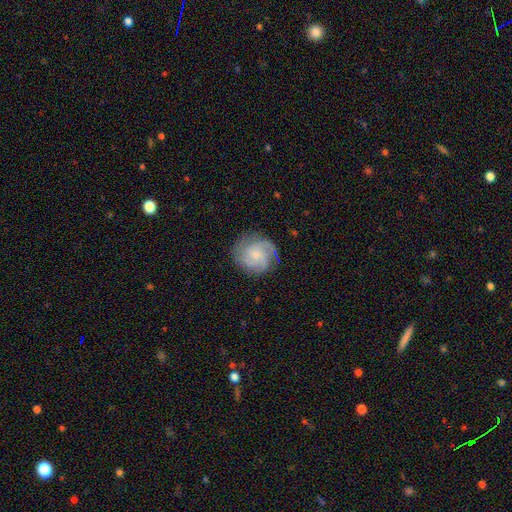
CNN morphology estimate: A featured or disk galaxy (74%) with no bar (73%), 3 (38%) tight (48%) spiral arms (95%) and a small central bulge (66%). Merging: none (76%).